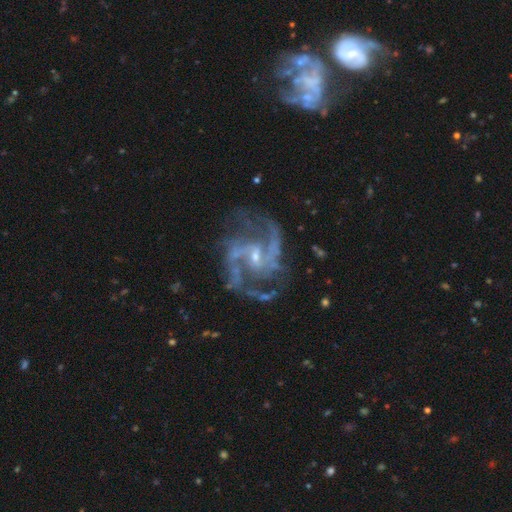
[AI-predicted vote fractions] Morphology: type=featured or disk (90%); edge-on=no (98%); bar=weak (49%); spiral arms=yes (97%); winding=medium (57%); arm count=2 (64%); bulge=small (70%); merging=none (66%).